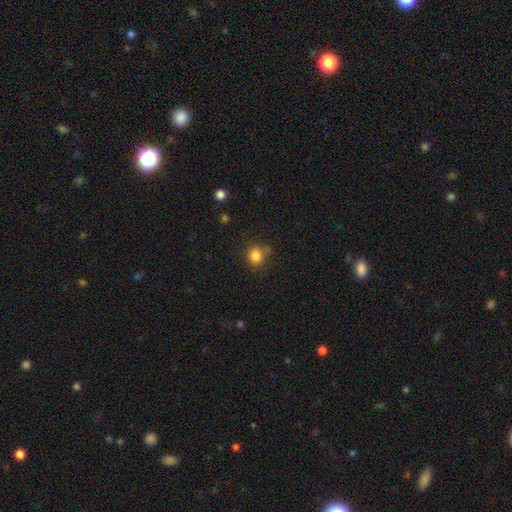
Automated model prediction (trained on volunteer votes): smooth_or_featured: smooth (p=0.84) [alt: star or artifact p=0.11]
how_rounded: round (p=0.81) [alt: in between p=0.18]
merging: none (p=0.75) [alt: minor disturbance p=0.14]